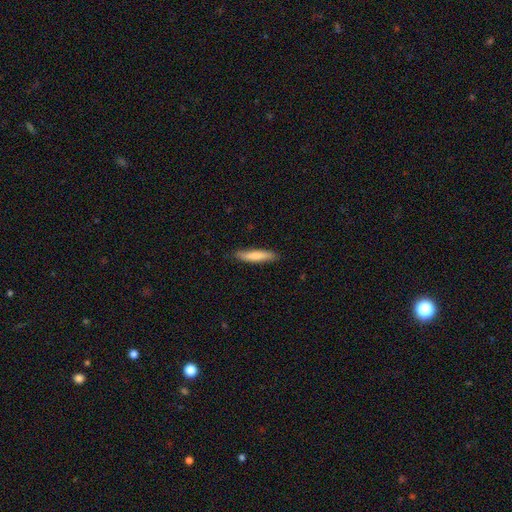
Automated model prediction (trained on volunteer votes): Smooth or featured? Predicted: smooth (p=0.77). How rounded? Predicted: cigar-shaped (p=0.85). Merging? Predicted: none (p=0.86).